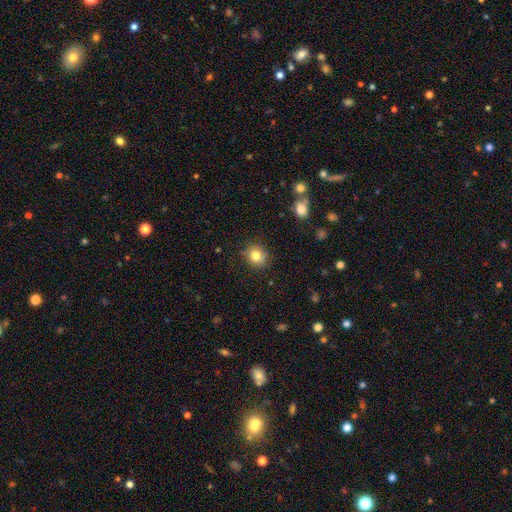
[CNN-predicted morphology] Smooth or featured: smooth — 81% (star or artifact — 11%)
How rounded: round — 86% (in between — 14%)
Merging: none — 87% (minor disturbance — 9%)